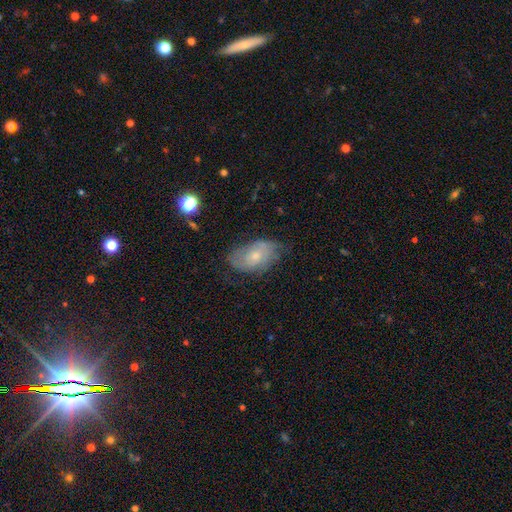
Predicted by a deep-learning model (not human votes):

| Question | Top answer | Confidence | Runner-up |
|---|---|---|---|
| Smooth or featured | smooth | 47% | featured or disk (45%) |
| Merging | none | 57% | minor disturbance (30%) |